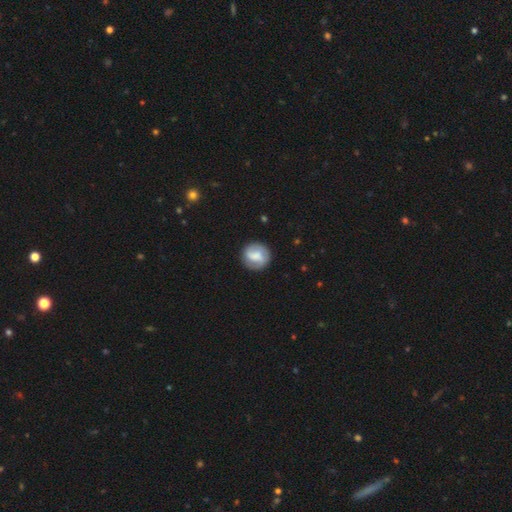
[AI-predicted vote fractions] Morphology: type=smooth (55%); roundness=round (88%); merging=none (83%).